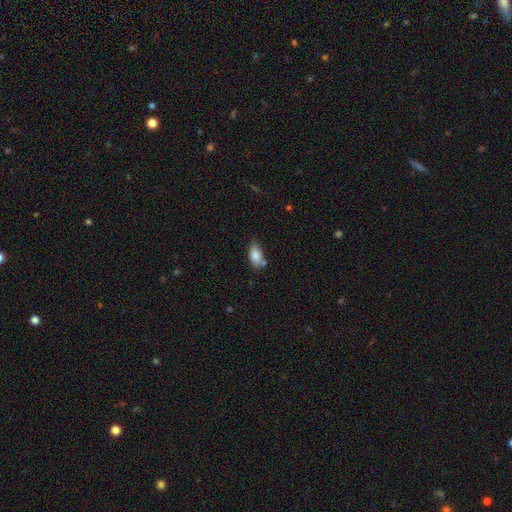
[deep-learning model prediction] Smooth or featured? Predicted: smooth (p=0.84). How rounded? Predicted: in between (p=0.91). Merging? Predicted: none (p=0.70).